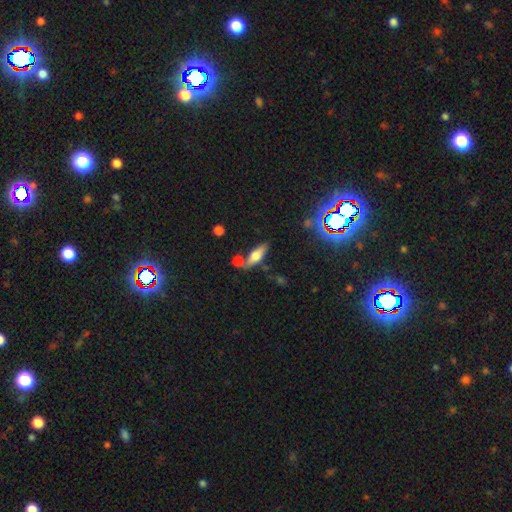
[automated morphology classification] Smooth or featured?
  - smooth: 57% *
  - featured or disk: 33%
  - star or artifact: 10%
How rounded?
  - in between: 59% *
  - cigar-shaped: 37%
  - round: 4%
Merging?
  - none: 61% *
  - merger: 21%
  - minor disturbance: 14%
  - major disturbance: 4%